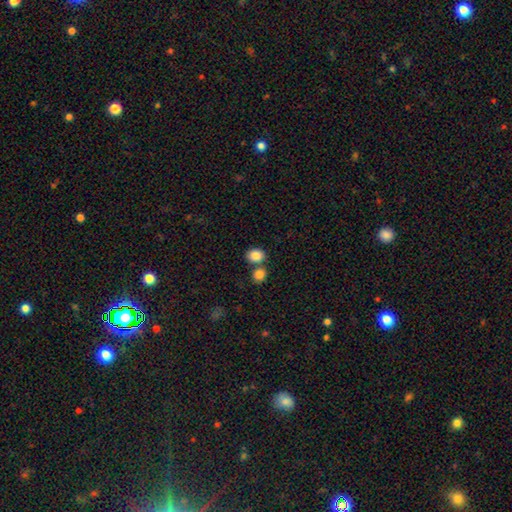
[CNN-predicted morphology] A smooth galaxy with no disk features (86%) that is round (57%).

Vote fractions:
- Smooth or featured? smooth: 86% / star or artifact: 9% / featured or disk: 5%
- How rounded? round: 57% / in between: 42% / cigar-shaped: 1%
- Merging? none: 60% / merger: 29% / minor disturbance: 8% / major disturbance: 3%